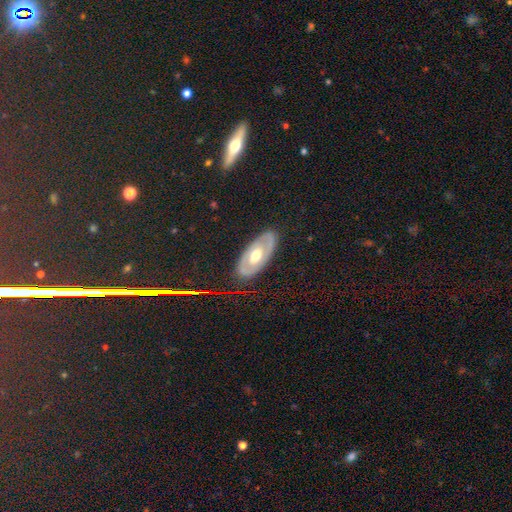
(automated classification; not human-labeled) Overall: featured or disk (66%; smooth 26%). Edge-on disk: no (86%). Bar: no (67%). Spiral arms: no (58%; yes 42%). Bulge size: moderate (75%). Merging: none (85%).